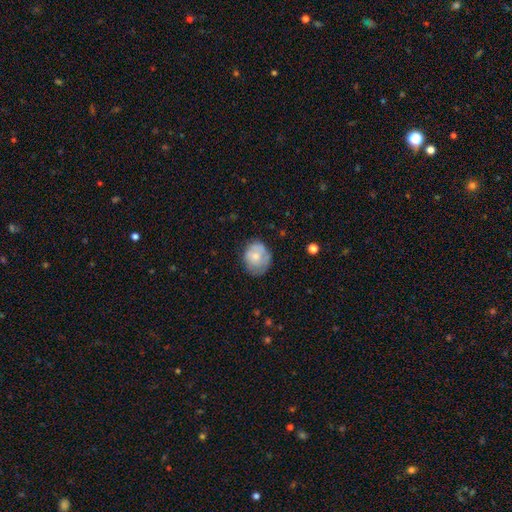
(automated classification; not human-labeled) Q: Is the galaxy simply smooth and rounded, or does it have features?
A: smooth — 65%.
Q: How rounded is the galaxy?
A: round — 59%.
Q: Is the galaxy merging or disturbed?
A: none — 58%.